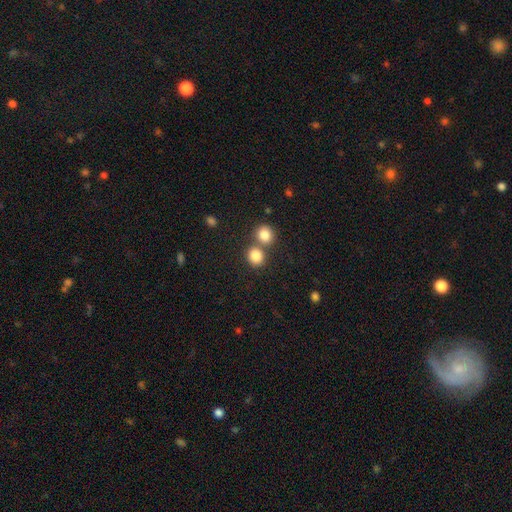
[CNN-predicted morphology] Overall: smooth (83%). How rounded: round (81%). Merging: none (58%; merger 33%).